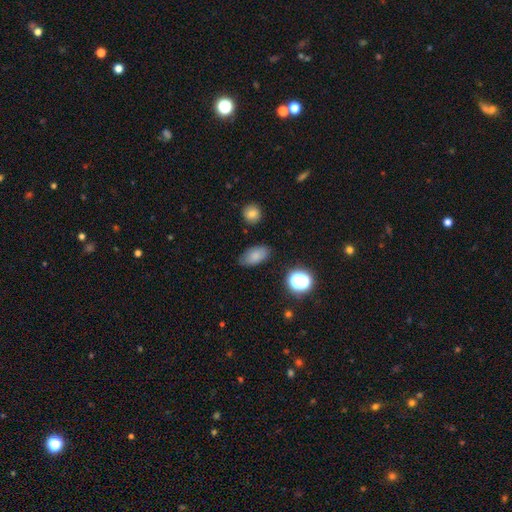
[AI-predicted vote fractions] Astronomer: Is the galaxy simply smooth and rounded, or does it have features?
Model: smooth — 79%.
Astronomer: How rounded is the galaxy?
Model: in between — 90%.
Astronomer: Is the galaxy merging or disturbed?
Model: none — 80%.